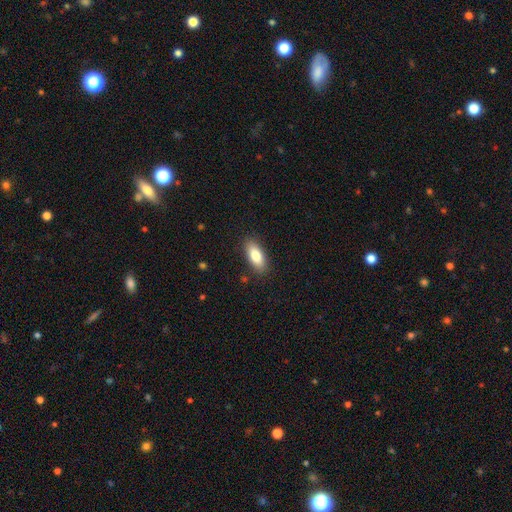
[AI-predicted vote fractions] Q: Smooth or featured?
A: smooth (82%); runner-up: featured or disk (12%)
Q: How rounded?
A: in between (81%); runner-up: cigar-shaped (16%)
Q: Merging?
A: none (87%); runner-up: minor disturbance (10%)